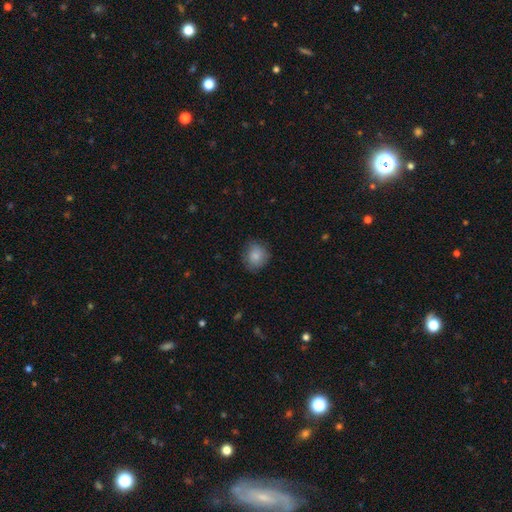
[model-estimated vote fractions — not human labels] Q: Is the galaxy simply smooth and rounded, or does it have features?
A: smooth — 85%.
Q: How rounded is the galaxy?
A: round — 80%.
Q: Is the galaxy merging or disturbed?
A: none — 81%.